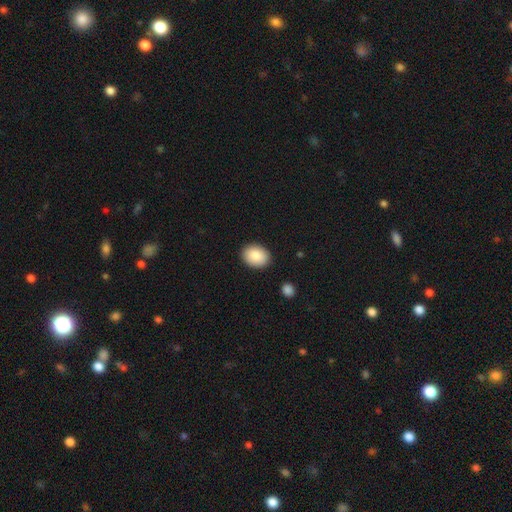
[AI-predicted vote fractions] Smooth or featured: smooth — 88% (star or artifact — 7%)
How rounded: in between — 62% (round — 37%)
Merging: none — 89% (minor disturbance — 8%)